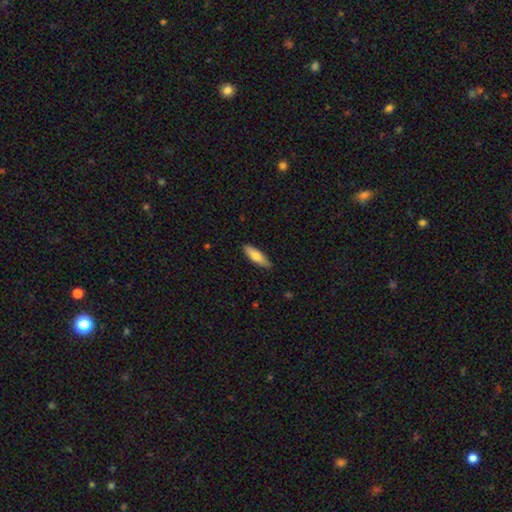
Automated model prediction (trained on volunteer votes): This is likely a smooth galaxy (73%). How rounded: possibly in between (50%). Merging: clearly none (86%).